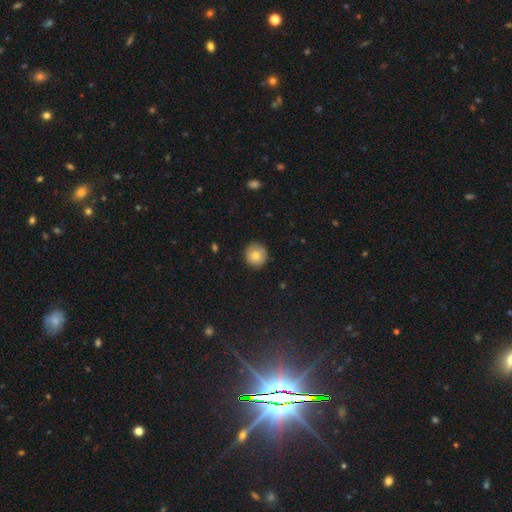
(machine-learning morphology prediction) Smooth or featured?
  - smooth: 77% *
  - featured or disk: 14%
  - star or artifact: 10%
How rounded?
  - round: 92% *
  - in between: 7%
  - cigar-shaped: 1%
Merging?
  - none: 85% *
  - minor disturbance: 12%
  - major disturbance: 2%
  - merger: 1%